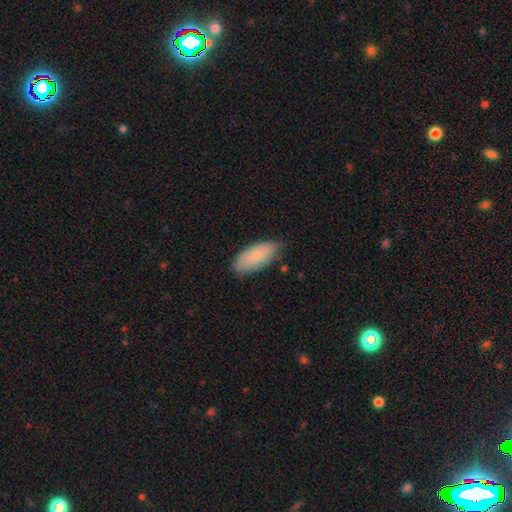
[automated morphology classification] A smooth galaxy with no disk features (81%) that is in between round and cigar-shaped (89%).

Vote fractions:
- Smooth or featured? smooth: 81% / featured or disk: 13% / star or artifact: 6%
- How rounded? in between: 89% / cigar-shaped: 9% / round: 2%
- Merging? none: 79% / minor disturbance: 17% / major disturbance: 3% / merger: 1%